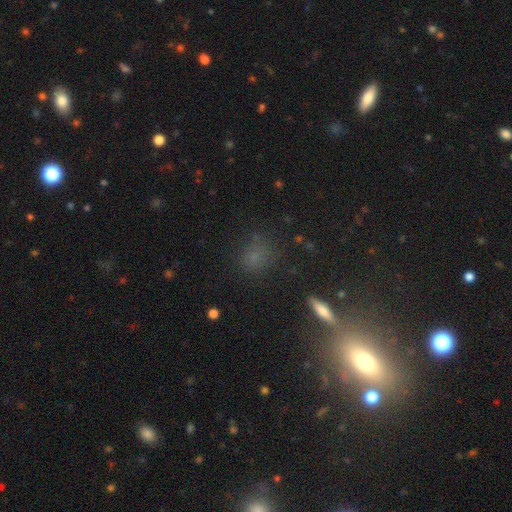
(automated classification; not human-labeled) Smooth or featured? smooth (61%)
How rounded? round (60%)
Merging? none (72%)